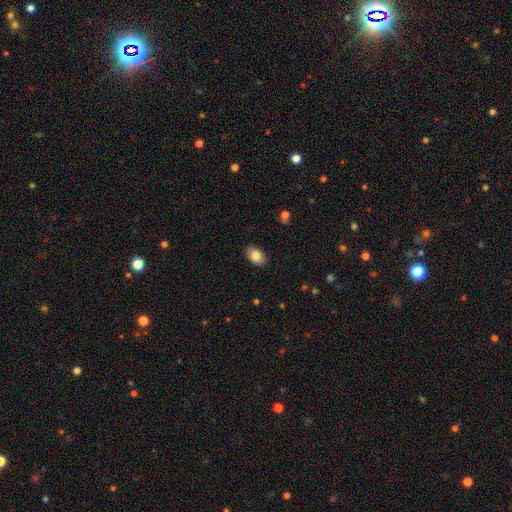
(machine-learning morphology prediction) type=smooth (83%); roundness=in between (90%); merging=none (88%).